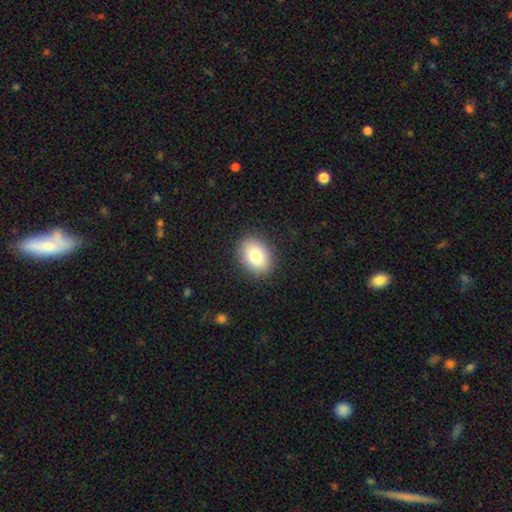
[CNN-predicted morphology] type=smooth (80%); roundness=in between (67%); merging=none (89%).